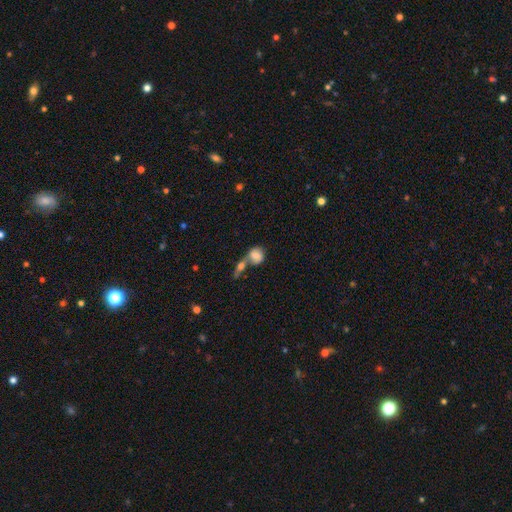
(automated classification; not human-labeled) smooth-or-featured: smooth: 75% | featured or disk: 16% | star or artifact: 8%
  how-rounded: round: 60% | in between: 37% | cigar-shaped: 3%
  merging: merger: 54% | none: 30% | minor disturbance: 10% | major disturbance: 6%